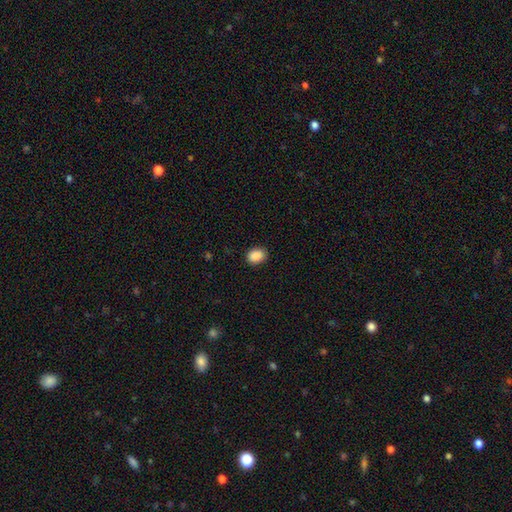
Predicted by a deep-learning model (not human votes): Smooth or featured?
  - smooth: 89% *
  - star or artifact: 8%
  - featured or disk: 3%
How rounded?
  - in between: 63% *
  - round: 36%
  - cigar-shaped: 1%
Merging?
  - none: 88% *
  - minor disturbance: 9%
  - major disturbance: 2%
  - merger: 1%